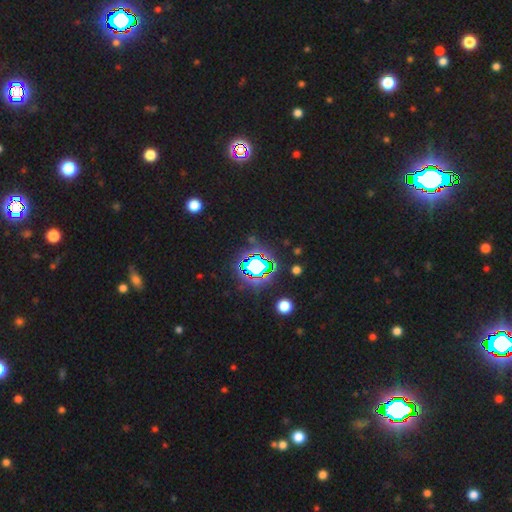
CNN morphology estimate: star or artifact 83%, smooth 10%, featured or disk 7%.